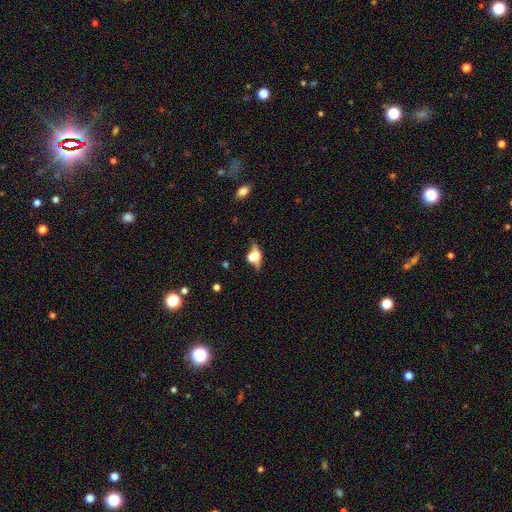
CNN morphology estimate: This is marginally a featured or disk galaxy (44%). Merging: marginally none (45%).